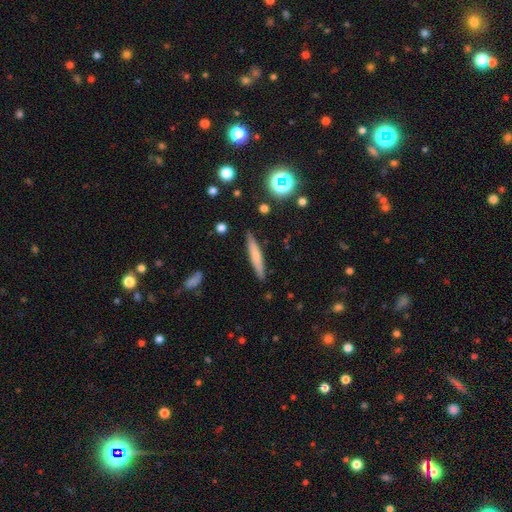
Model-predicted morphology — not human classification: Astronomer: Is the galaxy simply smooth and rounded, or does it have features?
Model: smooth — 64%.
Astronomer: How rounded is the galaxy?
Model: cigar-shaped — 92%.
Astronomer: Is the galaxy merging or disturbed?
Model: none — 89%.